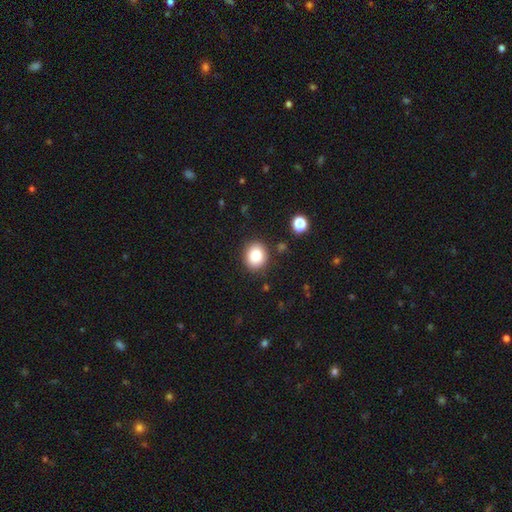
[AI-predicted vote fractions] smooth_or_featured: smooth (p=0.82) [alt: star or artifact p=0.10]
how_rounded: round (p=0.68) [alt: in between p=0.31]
merging: none (p=0.87) [alt: minor disturbance p=0.08]